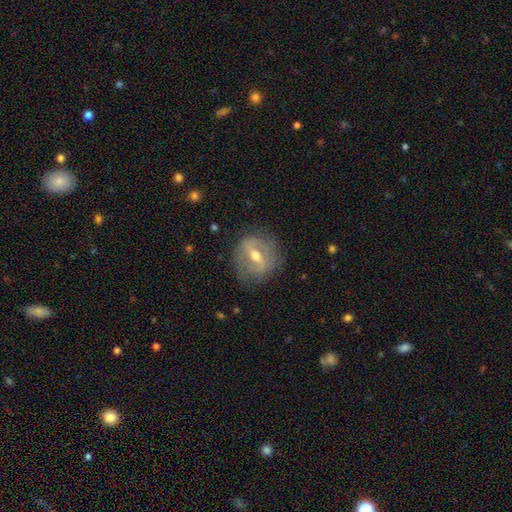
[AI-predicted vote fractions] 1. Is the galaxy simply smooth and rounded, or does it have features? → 70% featured or disk, 23% smooth, 7% star or artifact.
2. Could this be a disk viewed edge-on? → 89% no, 11% yes.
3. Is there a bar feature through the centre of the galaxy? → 51% strong, 37% weak, 12% no.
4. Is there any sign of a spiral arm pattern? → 53% no, 47% yes.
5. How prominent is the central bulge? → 74% moderate, 19% small, 6% large, 1% none, 1% dominant.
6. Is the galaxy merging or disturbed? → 76% none, 16% minor disturbance, 7% major disturbance, 1% merger.